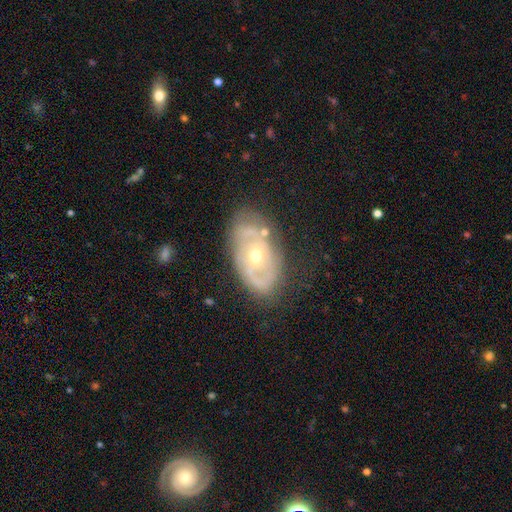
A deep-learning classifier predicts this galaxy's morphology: A featured or disk galaxy (75%) with no bar (73%), spiral arms (59%) and a moderate central bulge (52%).

Vote fractions:
- Smooth or featured? featured or disk: 75% / smooth: 19% / star or artifact: 6%
- Edge-on disk? no: 94% / yes: 6%
- Bar? no: 73% / weak: 21% / strong: 6%
- Spiral arms? yes: 59% / no: 41%
- Bulge size? moderate: 52% / small: 44% / large: 2% / none: 1% / dominant: 1%
- Merging? none: 66% / minor disturbance: 21% / major disturbance: 8% / merger: 4%